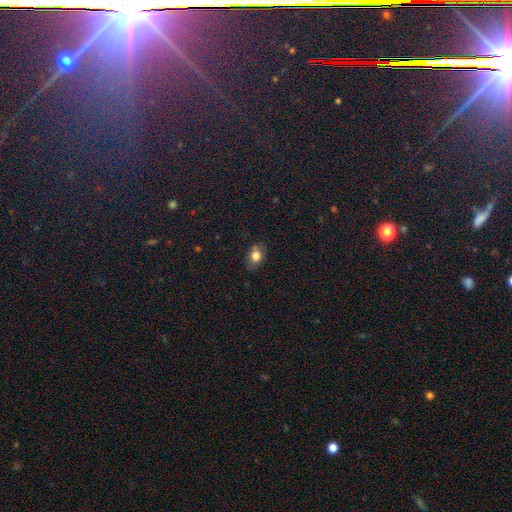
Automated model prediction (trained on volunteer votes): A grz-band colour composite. It shows a smooth galaxy with no disk features (77%) that is in between round and cigar-shaped (72%). Merging: none (77%).